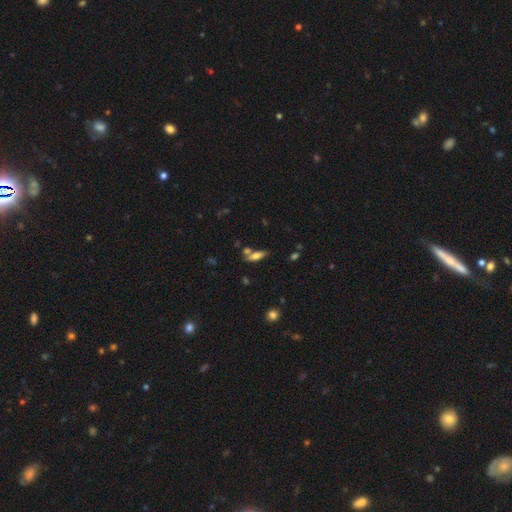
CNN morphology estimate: smooth-or-featured: smooth: 62% | featured or disk: 28% | star or artifact: 9%
  how-rounded: in between: 56% | cigar-shaped: 40% | round: 3%
  merging: none: 58% | merger: 23% | minor disturbance: 14% | major disturbance: 5%